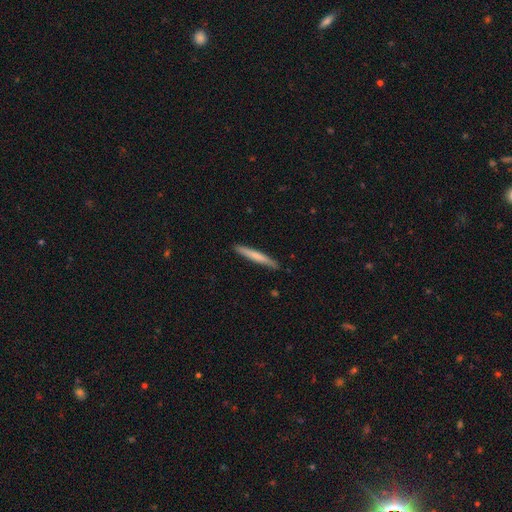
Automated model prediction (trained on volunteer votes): A smooth galaxy with no disk features (65%) that is cigar-shaped (96%). Merging: none (89%).